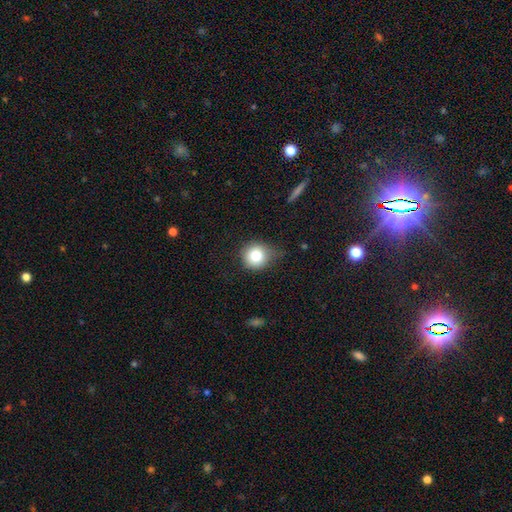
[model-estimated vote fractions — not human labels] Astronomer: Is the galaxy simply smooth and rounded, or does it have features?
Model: smooth — 79%.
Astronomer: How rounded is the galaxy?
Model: round — 90%.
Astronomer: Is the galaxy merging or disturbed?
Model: none — 63%.